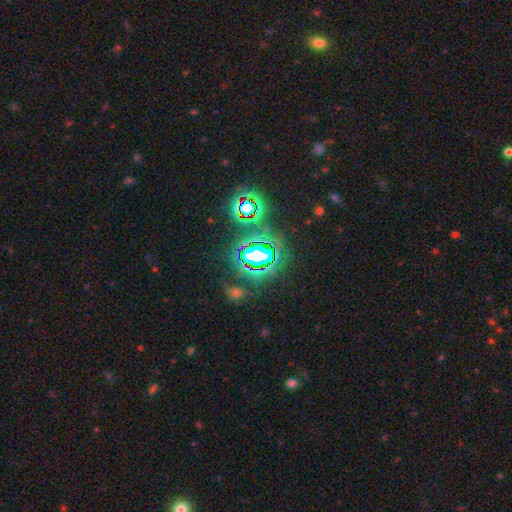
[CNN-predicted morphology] This is likely a star or artifact rather than a galaxy (77%).